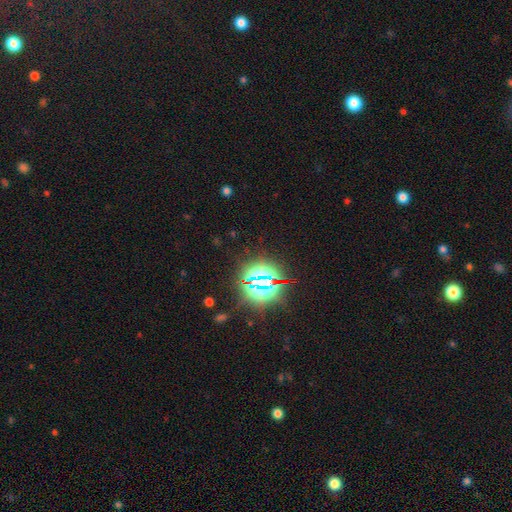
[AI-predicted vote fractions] This is clearly a star or artifact rather than a galaxy (83%).